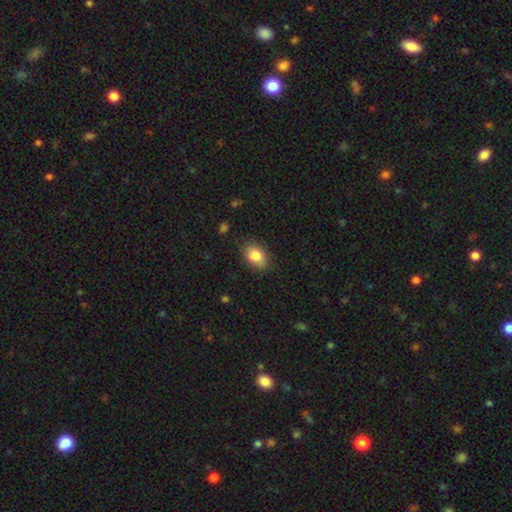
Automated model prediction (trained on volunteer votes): smooth 84%, star or artifact 8%, featured or disk 8%. Down the decision tree: how rounded — in between (83%); merging — none (82%).